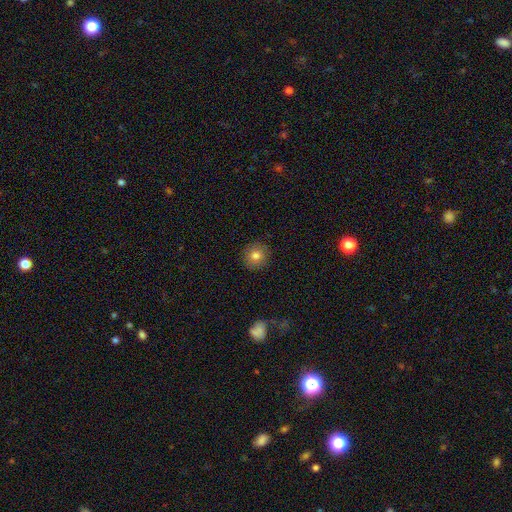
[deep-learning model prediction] The model was most divided on "smooth or featured": smooth: 80%, star or artifact: 10%, featured or disk: 10%. More confident: how rounded — round (92%); merging — none (90%).